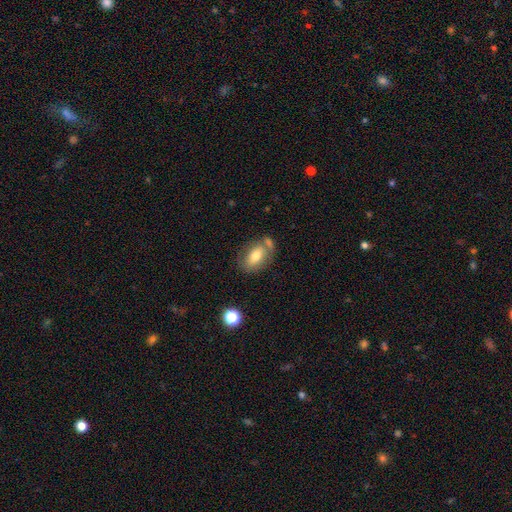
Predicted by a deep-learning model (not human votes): The model was most divided on "merging": none: 55%, merger: 21%, minor disturbance: 18%, major disturbance: 7%. More confident: how rounded — in between (85%); smooth or featured — smooth (69%).